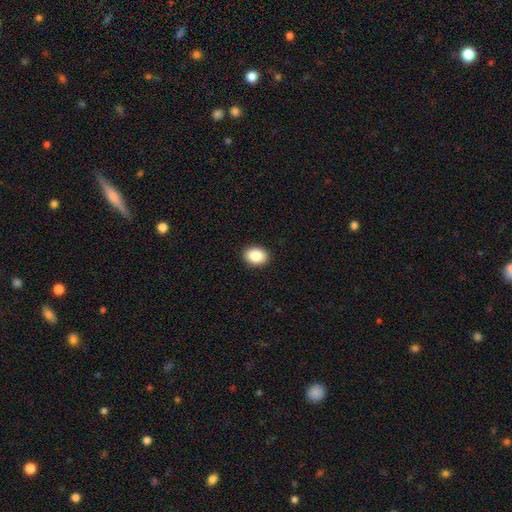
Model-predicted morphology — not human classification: smooth_or_featured: smooth (p=0.86) [alt: star or artifact p=0.08]
how_rounded: in between (p=0.66) [alt: round p=0.33]
merging: none (p=0.92) [alt: minor disturbance p=0.06]